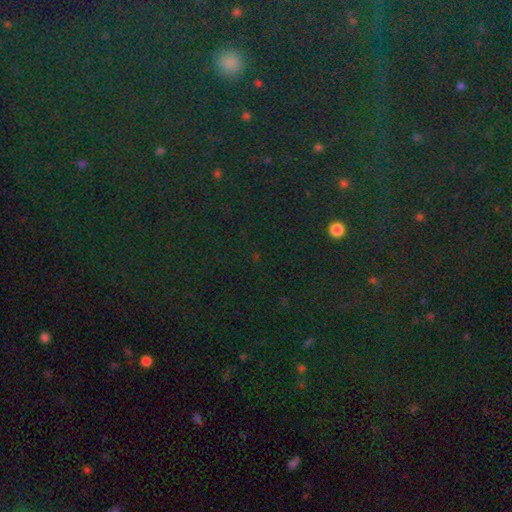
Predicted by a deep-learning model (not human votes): star or artifact 78%, smooth 14%, featured or disk 8%.